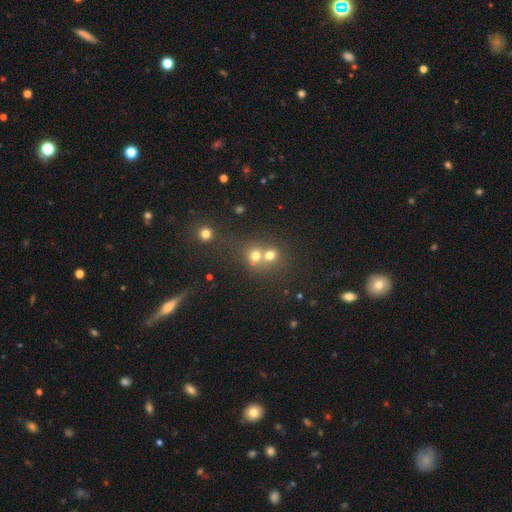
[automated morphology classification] Smooth or featured: smooth — 70% (star or artifact — 18%)
How rounded: round — 80% (in between — 19%)
Merging: merger — 54% (none — 36%)